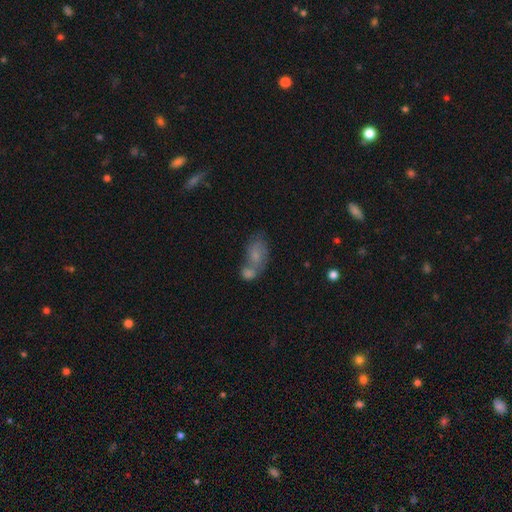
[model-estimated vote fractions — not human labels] smooth-or-featured: smooth: 58% | featured or disk: 29% | star or artifact: 14%
  how-rounded: in between: 82% | round: 14% | cigar-shaped: 3%
  merging: merger: 51% | none: 32% | minor disturbance: 11% | major disturbance: 5%